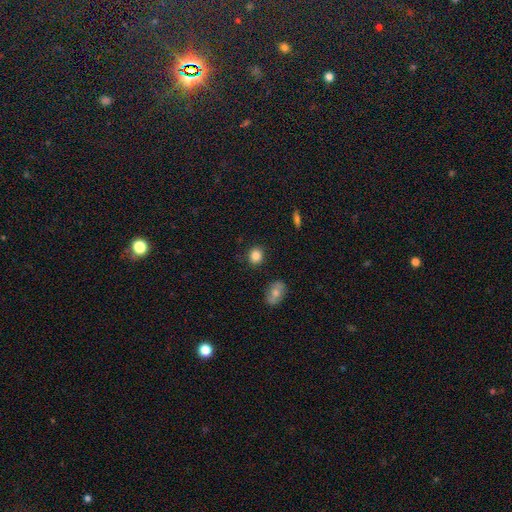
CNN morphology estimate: Smooth or featured: smooth — 86% (star or artifact — 9%)
How rounded: round — 77% (in between — 22%)
Merging: none — 86% (minor disturbance — 9%)